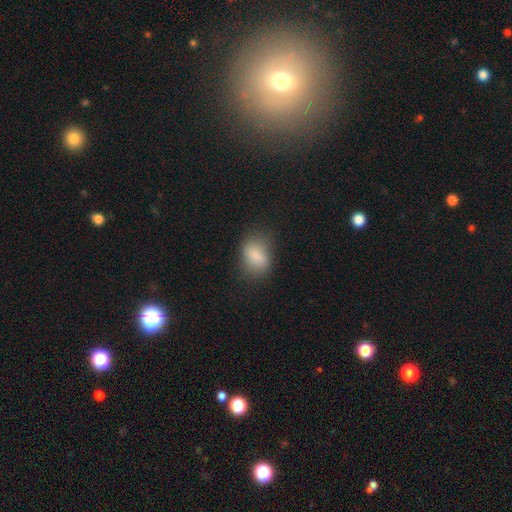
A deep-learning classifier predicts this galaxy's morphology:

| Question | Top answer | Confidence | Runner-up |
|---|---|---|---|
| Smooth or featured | smooth | 82% | featured or disk (9%) |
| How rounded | in between | 76% | round (23%) |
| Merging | none | 69% | minor disturbance (22%) |